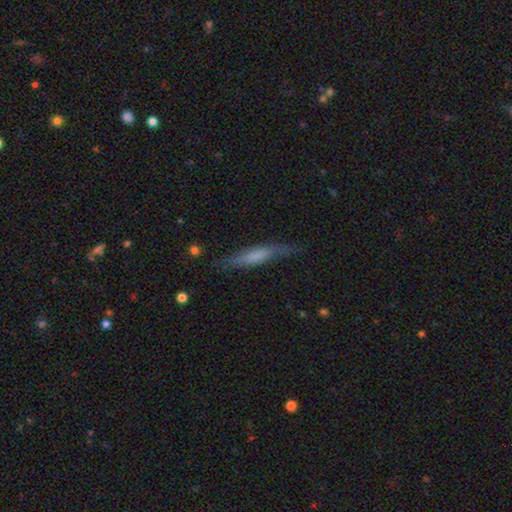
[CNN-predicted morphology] A smooth galaxy with no disk features (56%) that is cigar-shaped (88%).

Vote fractions:
- Smooth or featured? smooth: 56% / featured or disk: 38% / star or artifact: 7%
- How rounded? cigar-shaped: 88% / in between: 10% / round: 2%
- Merging? none: 74% / minor disturbance: 19% / major disturbance: 5% / merger: 2%